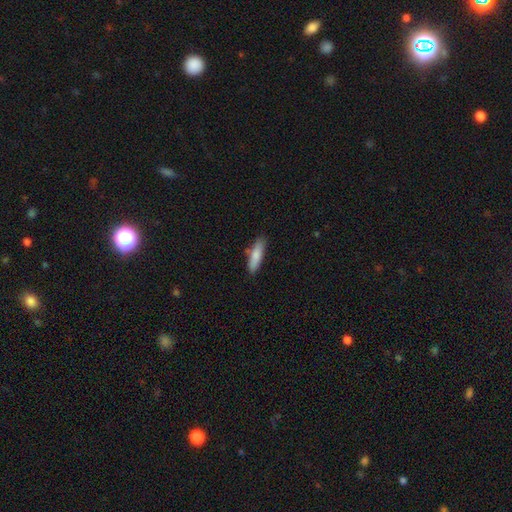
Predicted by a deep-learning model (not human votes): Q: Smooth or featured?
A: smooth (82%); runner-up: featured or disk (12%)
Q: How rounded?
A: cigar-shaped (66%); runner-up: in between (32%)
Q: Merging?
A: none (79%); runner-up: minor disturbance (15%)